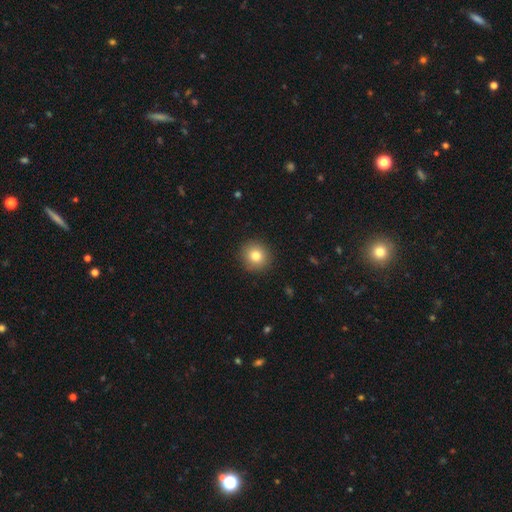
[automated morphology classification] Smooth or featured? smooth (81%)
How rounded? round (91%)
Merging? none (91%)